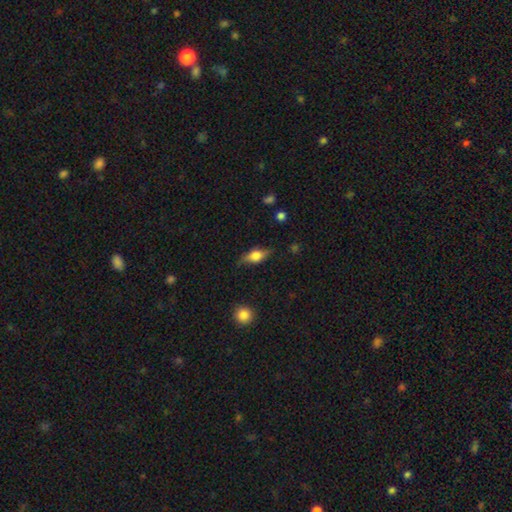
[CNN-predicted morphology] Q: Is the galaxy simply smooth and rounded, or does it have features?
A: smooth — 53%.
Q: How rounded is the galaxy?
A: in between — 73%.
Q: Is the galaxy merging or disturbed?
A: none — 78%.